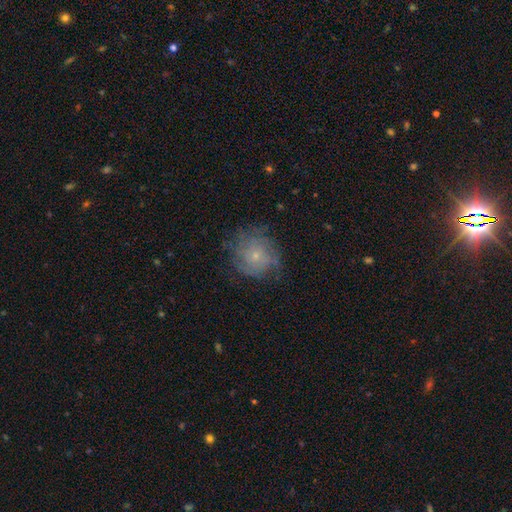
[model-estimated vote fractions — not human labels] This is possibly a featured or disk galaxy (45%). Merging: likely none (66%).